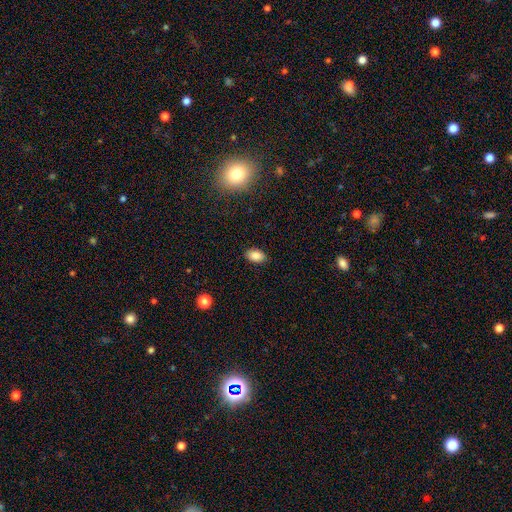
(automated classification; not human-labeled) The model was most divided on "smooth or featured": smooth: 86%, star or artifact: 9%, featured or disk: 4%. More confident: how rounded — in between (89%); merging — none (88%).